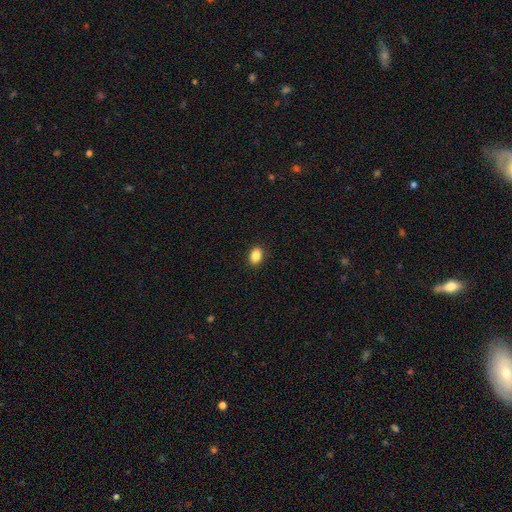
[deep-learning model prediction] smooth 87%, star or artifact 9%, featured or disk 4%. Down the decision tree: how rounded — in between (79%); merging — none (91%).